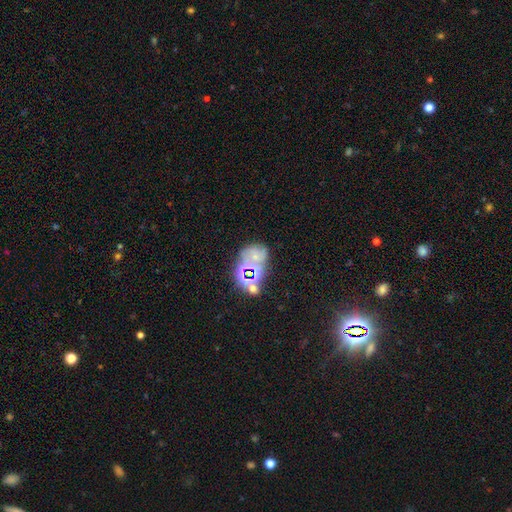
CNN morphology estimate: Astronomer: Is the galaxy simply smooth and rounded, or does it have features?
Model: smooth — 37%, tied with star or artifact at 37%.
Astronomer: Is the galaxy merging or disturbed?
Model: none — 43% (runner-up: merger, 27%).